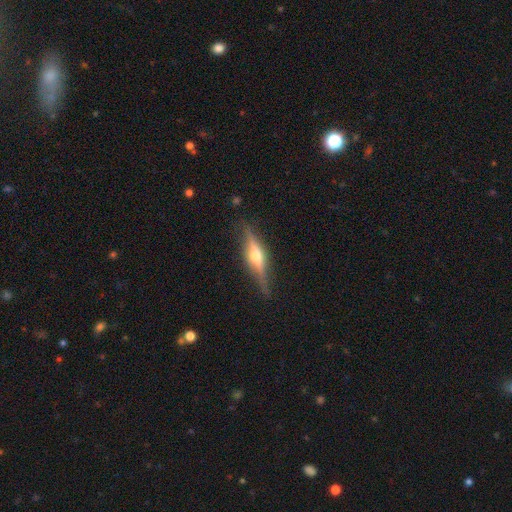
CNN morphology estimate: The model was most divided on "smooth or featured": featured or disk: 74%, smooth: 20%, star or artifact: 7%. More confident: edge-on disk — yes (96%); edge-on bulge — rounded (88%); merging — none (85%).